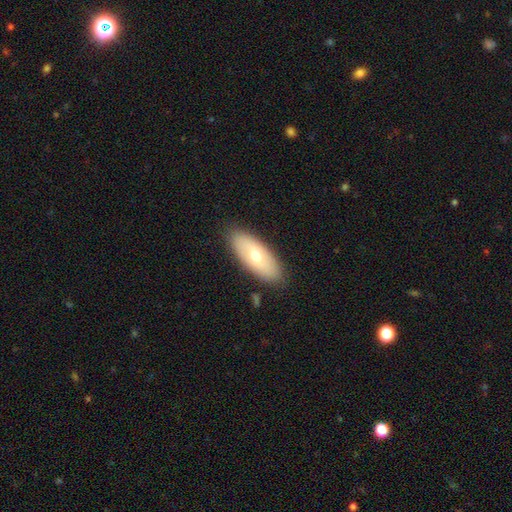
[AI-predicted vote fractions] Overall: smooth (61%; featured or disk 33%). How rounded: in between (82%). Merging: none (87%).